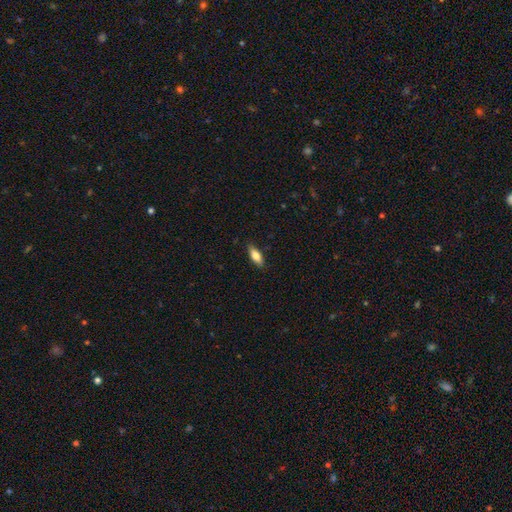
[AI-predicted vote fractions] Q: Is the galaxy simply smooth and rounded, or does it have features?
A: smooth — 70%.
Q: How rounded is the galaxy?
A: in between — 66%.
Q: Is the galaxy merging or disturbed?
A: none — 87%.